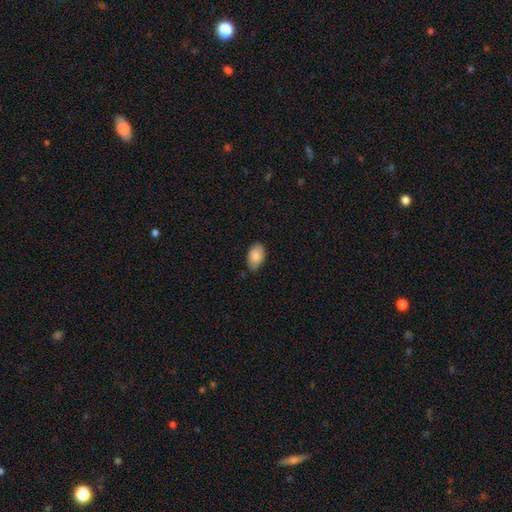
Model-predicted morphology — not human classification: The model was most divided on "merging": none: 69%, minor disturbance: 26%, major disturbance: 3%, merger: 1%. More confident: how rounded — in between (91%); smooth or featured — smooth (87%).